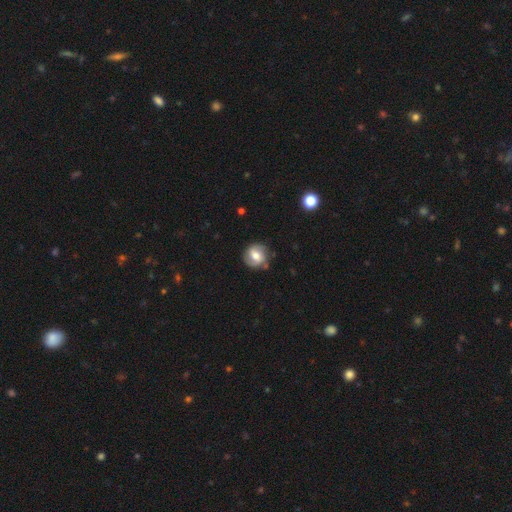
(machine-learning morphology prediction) Overall: smooth (47%; featured or disk 45%). Merging: none (79%).